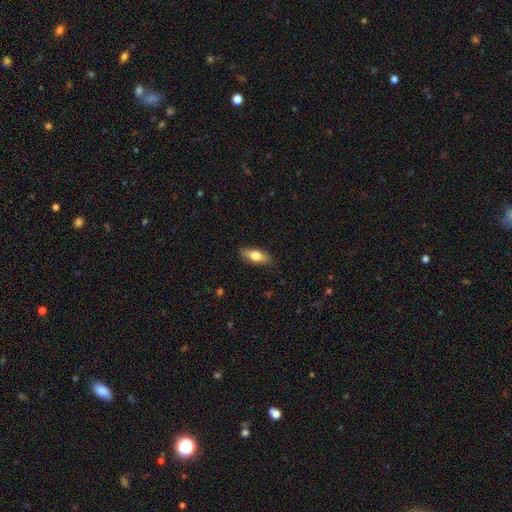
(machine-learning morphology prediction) Q: Smooth or featured?
A: smooth (69%); runner-up: featured or disk (25%)
Q: How rounded?
A: in between (75%); runner-up: cigar-shaped (21%)
Q: Merging?
A: none (84%); runner-up: minor disturbance (13%)